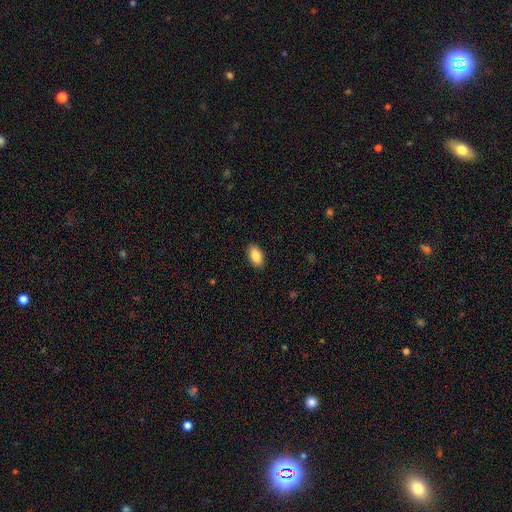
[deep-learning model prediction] Morphology: type=smooth (87%); roundness=in between (93%); merging=none (89%).